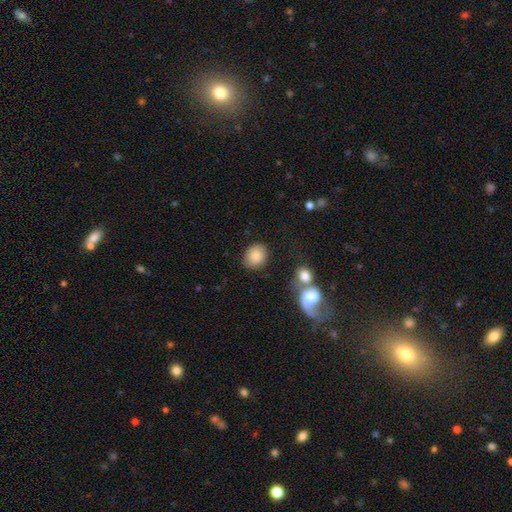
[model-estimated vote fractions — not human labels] Smooth or featured: smooth — 85% (star or artifact — 8%)
How rounded: round — 56% (in between — 43%)
Merging: none — 81% (minor disturbance — 10%)